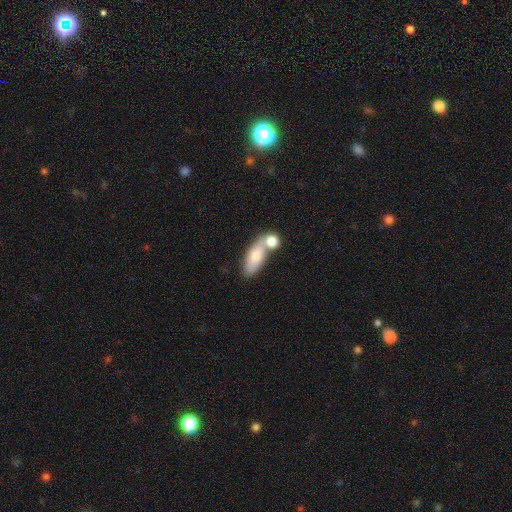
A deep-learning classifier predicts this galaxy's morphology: Overall: smooth (75%). How rounded: in between (74%). Merging: merger (50%; none 32%).